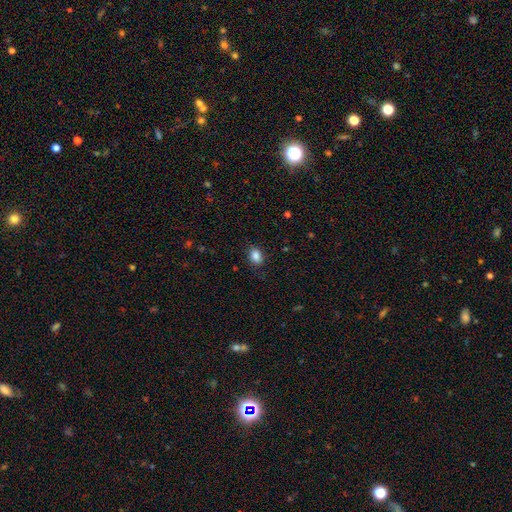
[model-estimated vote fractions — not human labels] Smooth or featured? smooth (86%)
How rounded? in between (70%)
Merging? none (83%)